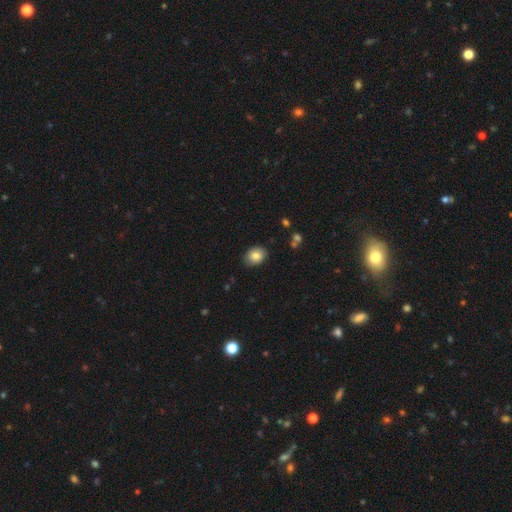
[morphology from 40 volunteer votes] A smooth galaxy with no disk features (85%) that is in between round and cigar-shaped (59%).

Vote fractions:
- Smooth or featured? smooth: 85% / featured or disk: 8% / star or artifact: 8%
- How rounded? in between: 59% / round: 41% / cigar-shaped: 0%
- Merging? none: 84% / minor disturbance: 16% / major disturbance: 0% / merger: 0%